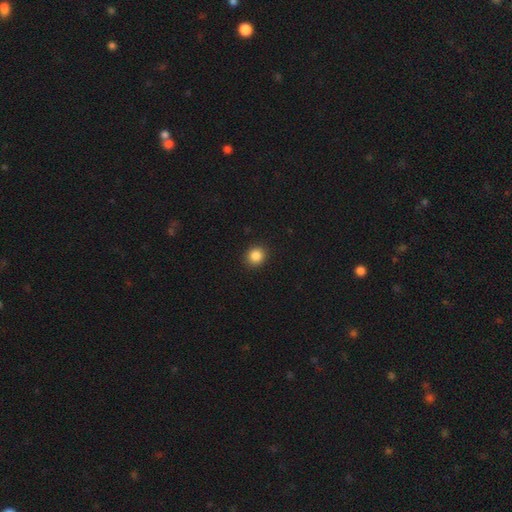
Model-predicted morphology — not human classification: Overall: smooth (86%). How rounded: round (86%). Merging: none (92%).